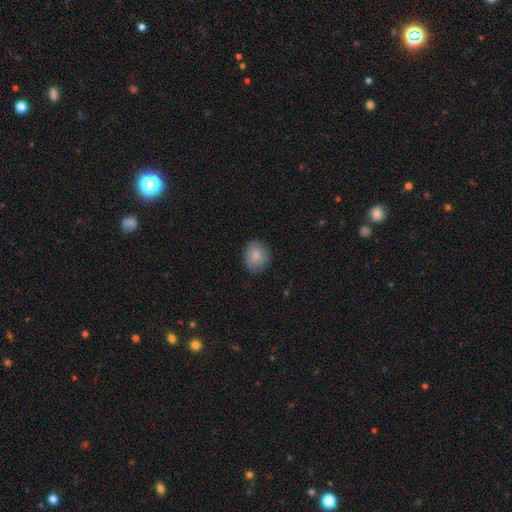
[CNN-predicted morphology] Q: Smooth or featured?
A: smooth (85%); runner-up: featured or disk (8%)
Q: How rounded?
A: round (61%); runner-up: in between (38%)
Q: Merging?
A: none (80%); runner-up: minor disturbance (16%)